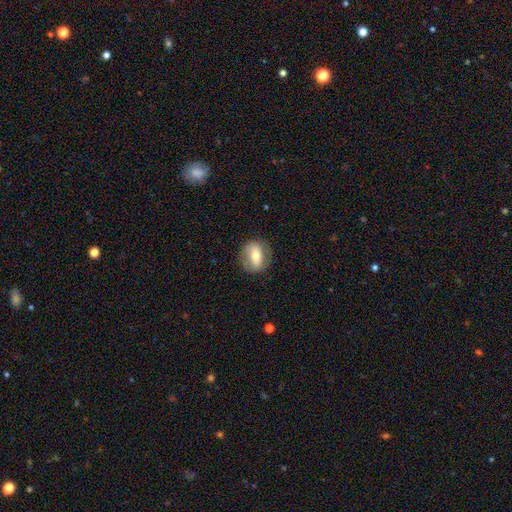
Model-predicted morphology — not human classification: Overall: smooth (52%; featured or disk 40%). How rounded: round (51%; in between 45%). Merging: none (82%).